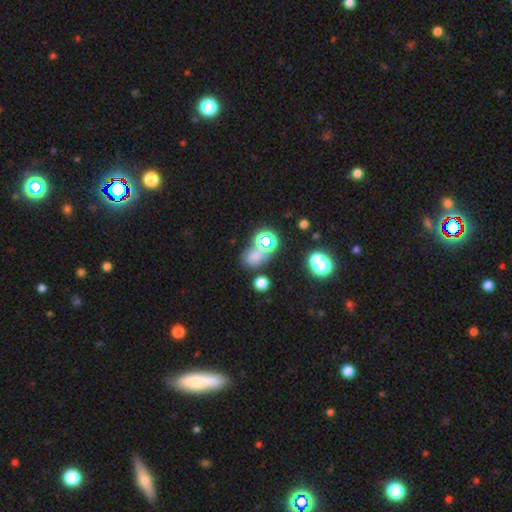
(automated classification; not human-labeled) smooth_or_featured: smooth (p=0.50) [alt: star or artifact p=0.39]
merging: none (p=0.50) [alt: merger p=0.23]